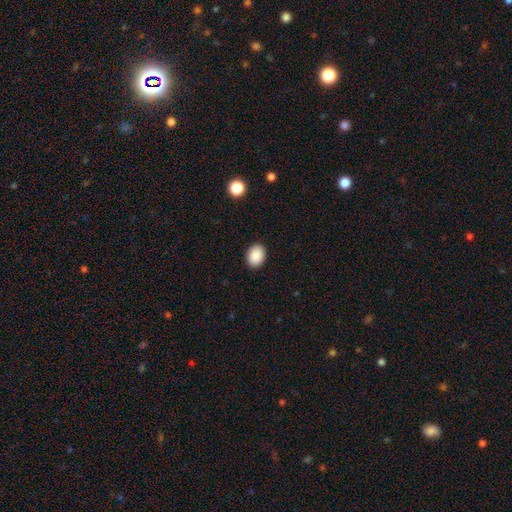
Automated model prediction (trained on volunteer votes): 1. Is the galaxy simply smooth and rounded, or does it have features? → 90% smooth, 8% star or artifact, 3% featured or disk.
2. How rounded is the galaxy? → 68% in between, 31% round, 1% cigar-shaped.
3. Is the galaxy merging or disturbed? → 90% none, 7% minor disturbance, 2% major disturbance, 1% merger.